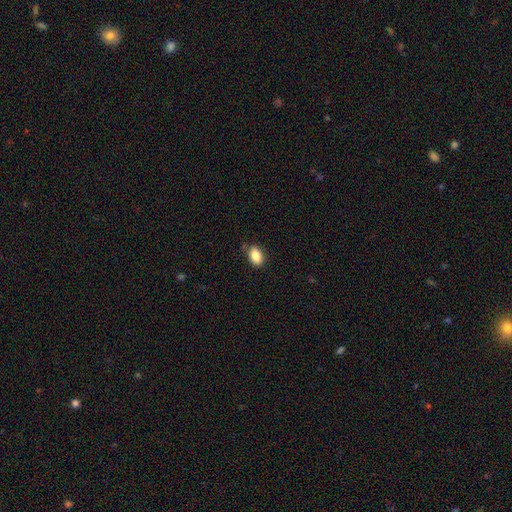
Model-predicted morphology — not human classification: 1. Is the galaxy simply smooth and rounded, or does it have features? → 87% smooth, 8% star or artifact, 5% featured or disk.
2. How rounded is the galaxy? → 89% in between, 9% round, 2% cigar-shaped.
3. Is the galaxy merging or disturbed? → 83% none, 13% minor disturbance, 3% major disturbance, 2% merger.